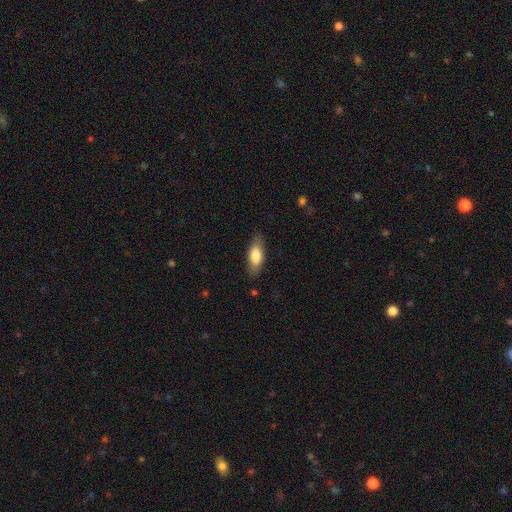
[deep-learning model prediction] A smooth galaxy with no disk features (74%) that is in between round and cigar-shaped (75%). Merging: none (82%).